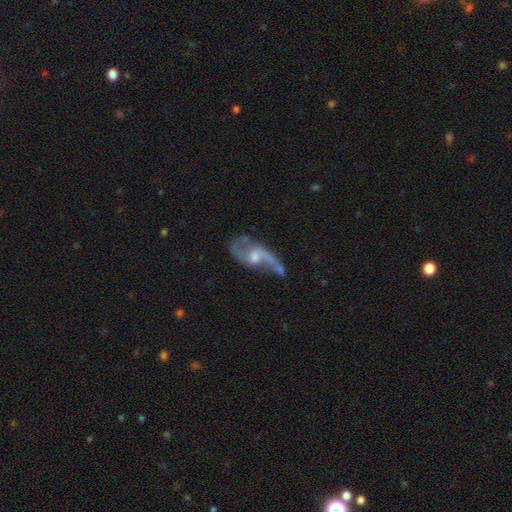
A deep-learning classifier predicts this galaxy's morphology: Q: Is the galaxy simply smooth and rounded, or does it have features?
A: featured or disk — 85%.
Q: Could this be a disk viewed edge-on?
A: no — 95%.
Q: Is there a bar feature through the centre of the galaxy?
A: no — 48%.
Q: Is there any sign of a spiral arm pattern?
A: yes — 93%.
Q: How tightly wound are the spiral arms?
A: loose — 73%.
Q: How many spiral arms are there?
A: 2 — 87%.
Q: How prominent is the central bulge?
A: moderate — 47%.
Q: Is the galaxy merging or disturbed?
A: none — 48%.